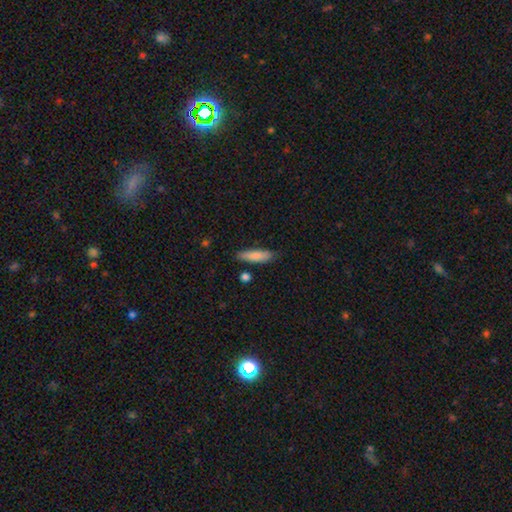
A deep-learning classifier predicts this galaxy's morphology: Smooth or featured: smooth — 83% (featured or disk — 11%)
How rounded: cigar-shaped — 69% (in between — 30%)
Merging: none — 80% (minor disturbance — 14%)